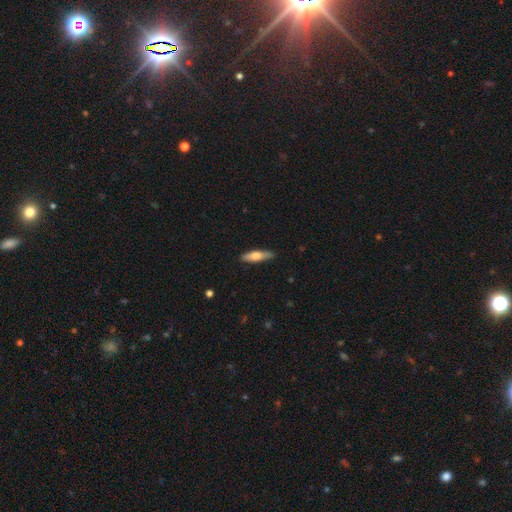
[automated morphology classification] Smooth or featured? smooth (61%)
How rounded? cigar-shaped (69%)
Merging? none (84%)